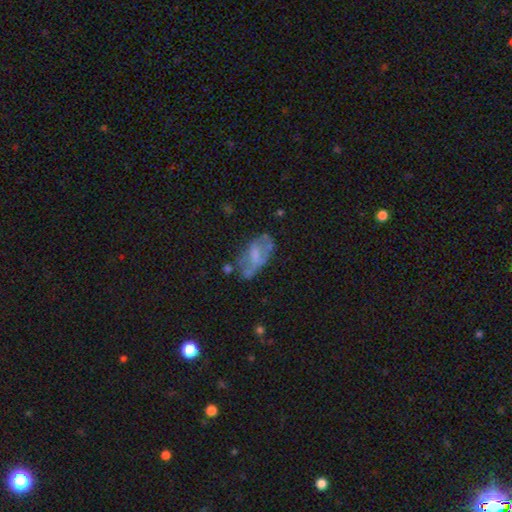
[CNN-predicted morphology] Overall: featured or disk (50%; smooth 40%). Edge-on disk: no (92%). Merging: none (43%; minor disturbance 27%).